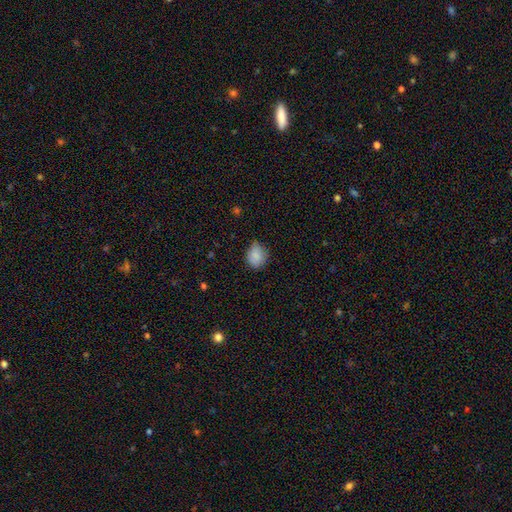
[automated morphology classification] Smooth or featured? smooth (85%)
How rounded? round (63%)
Merging? none (59%)